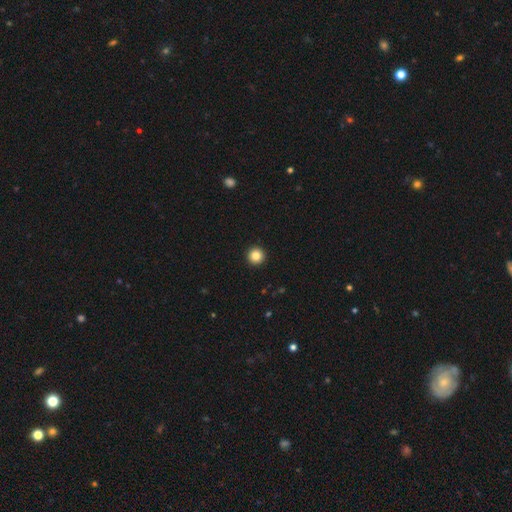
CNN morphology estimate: Q: Smooth or featured?
A: smooth (85%); runner-up: star or artifact (10%)
Q: How rounded?
A: round (96%); runner-up: in between (3%)
Q: Merging?
A: none (94%); runner-up: minor disturbance (4%)